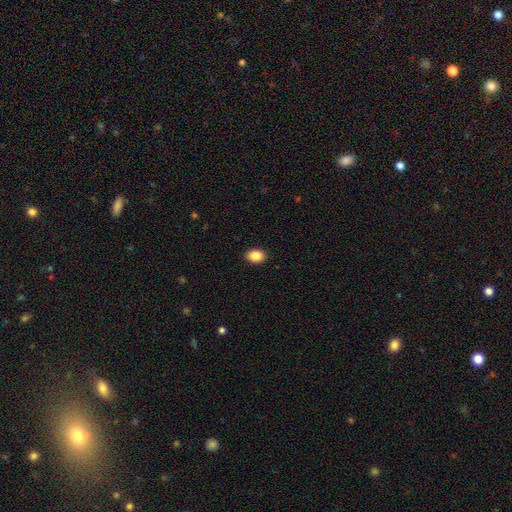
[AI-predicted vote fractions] Overall: smooth (87%). How rounded: in between (73%). Merging: none (91%).